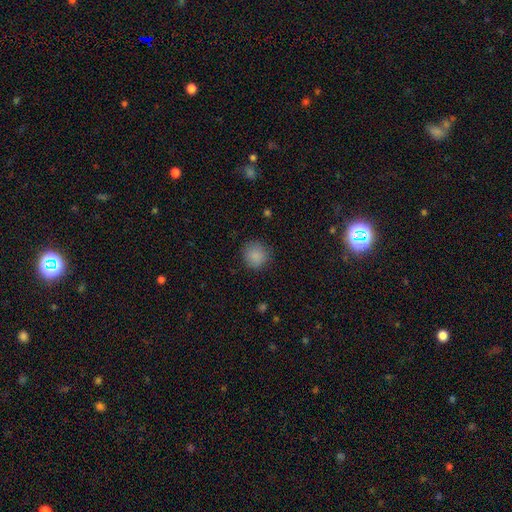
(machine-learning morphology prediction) This is clearly a smooth galaxy (87%). How rounded: clearly round (92%). Merging: clearly none (85%).